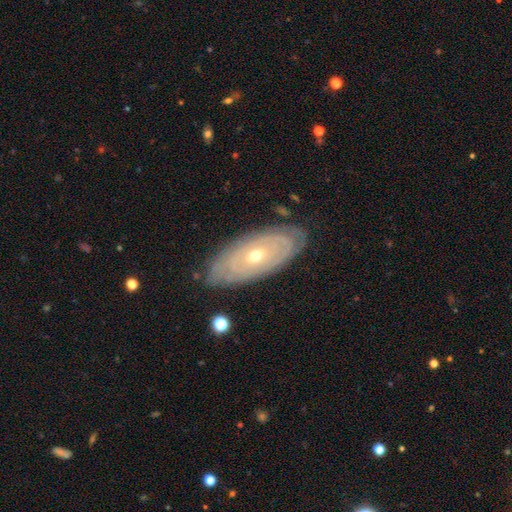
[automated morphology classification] smooth-or-featured: featured or disk: 76% | smooth: 18% | star or artifact: 6%
  disk-edge-on: no: 87% | yes: 13%
    bar: no: 83% | weak: 12% | strong: 4%
    has-spiral-arms: yes: 71% | no: 29%
    bulge-size: small: 49% | moderate: 48% | large: 1% | dominant: 1% | none: 1%
  merging: none: 83% | minor disturbance: 13% | major disturbance: 3% | merger: 1%